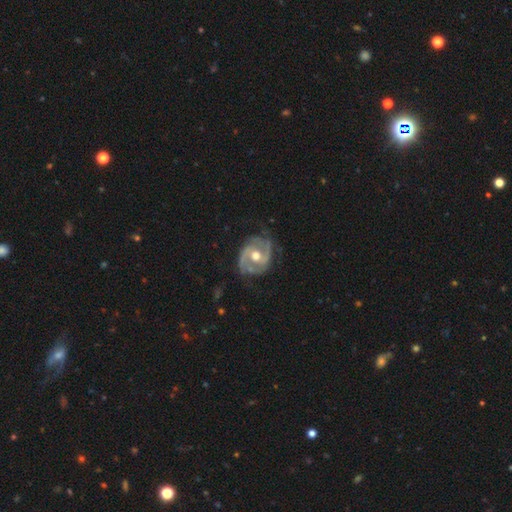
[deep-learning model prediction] Morphology: type=featured or disk (85%); edge-on=no (97%); bar=no (55%); spiral arms=yes (91%); winding=medium (46%); arm count=2 (73%); bulge=moderate (73%); merging=none (69%).